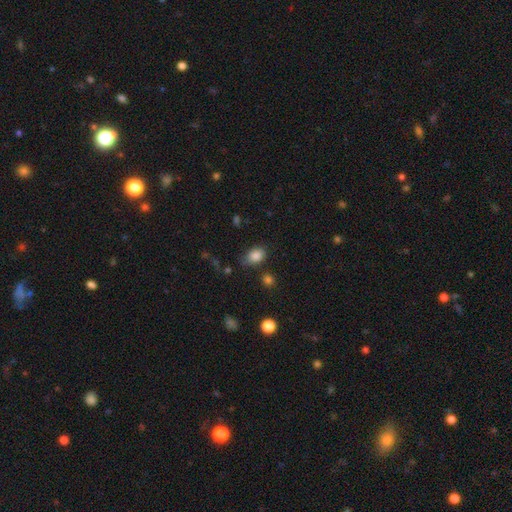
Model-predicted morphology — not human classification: This appears to be a smooth galaxy with no disk features (85%) that is in between round and cigar-shaped (76%). Merging: none (67%).